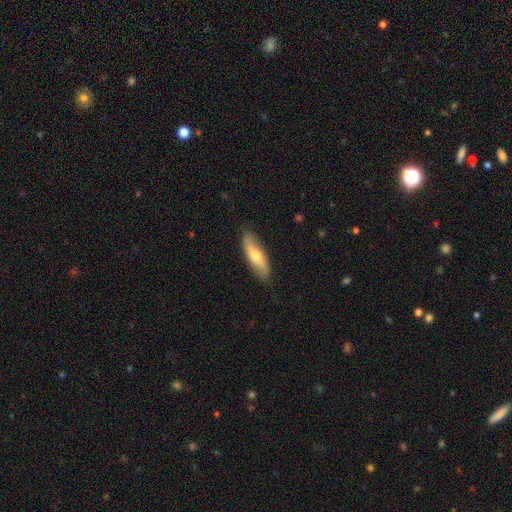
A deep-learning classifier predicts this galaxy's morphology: Smooth or featured? Predicted: smooth (p=0.59). How rounded? Predicted: in between (p=0.49). Merging? Predicted: none (p=0.84).